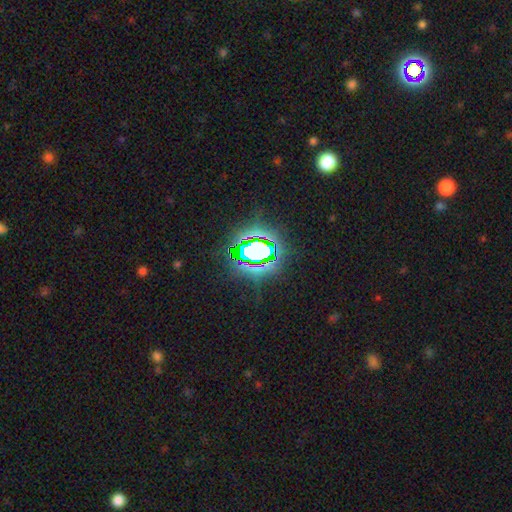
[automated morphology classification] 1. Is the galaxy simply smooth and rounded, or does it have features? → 74% star or artifact, 15% smooth, 11% featured or disk.